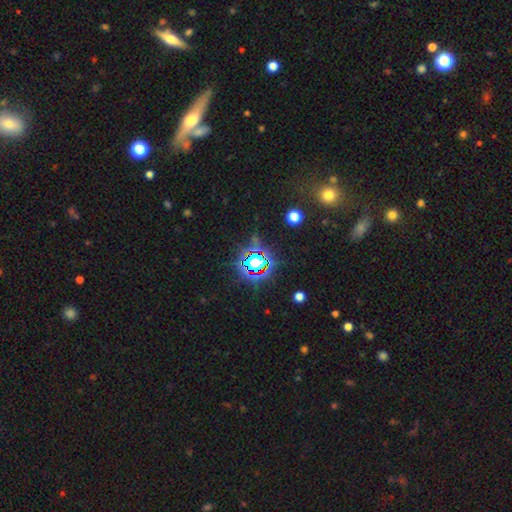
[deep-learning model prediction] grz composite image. It shows a star or artifact, not a galaxy (77%).